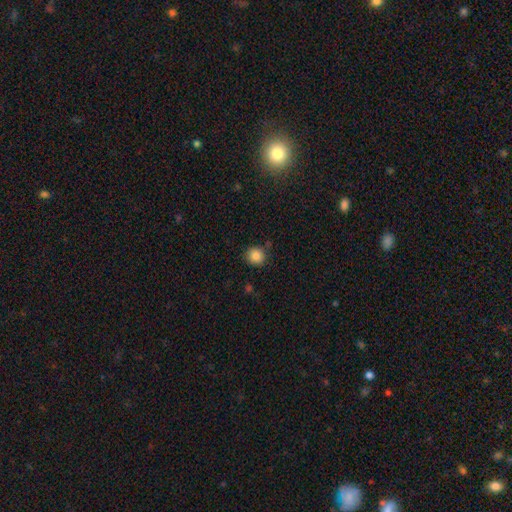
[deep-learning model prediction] This appears to be a smooth galaxy with no disk features (86%) that is round (91%). Merging: none (84%).